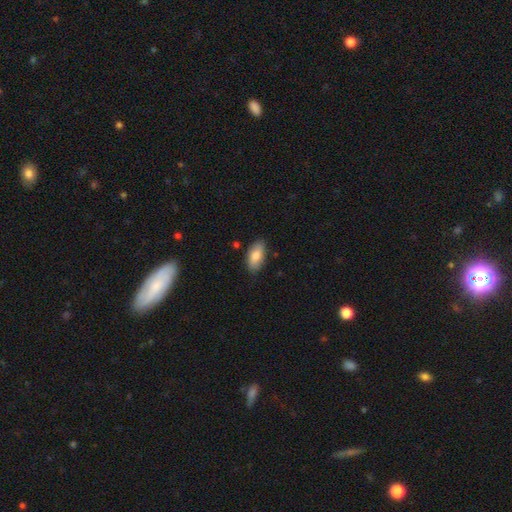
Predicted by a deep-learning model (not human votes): This is clearly a smooth galaxy (81%). How rounded: clearly in between (90%). Merging: clearly none (84%).